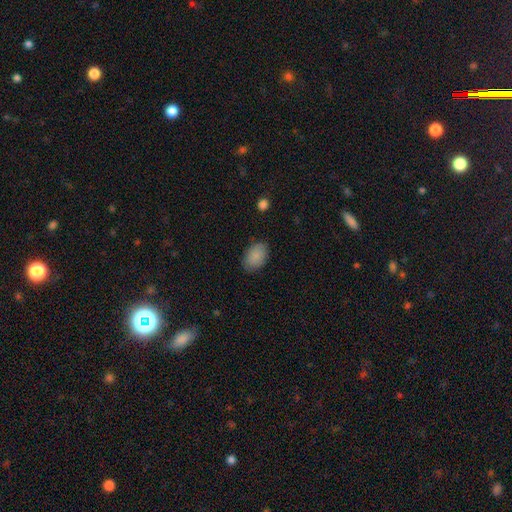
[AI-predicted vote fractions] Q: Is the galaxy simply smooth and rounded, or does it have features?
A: smooth — 88%.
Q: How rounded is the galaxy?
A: in between — 86%.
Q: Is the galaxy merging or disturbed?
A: none — 83%.